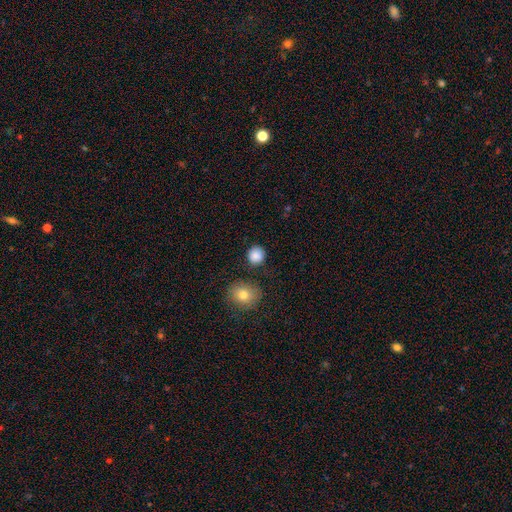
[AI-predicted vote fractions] Q: Smooth or featured?
A: smooth (87%); runner-up: star or artifact (9%)
Q: How rounded?
A: round (89%); runner-up: in between (10%)
Q: Merging?
A: none (85%); runner-up: minor disturbance (9%)